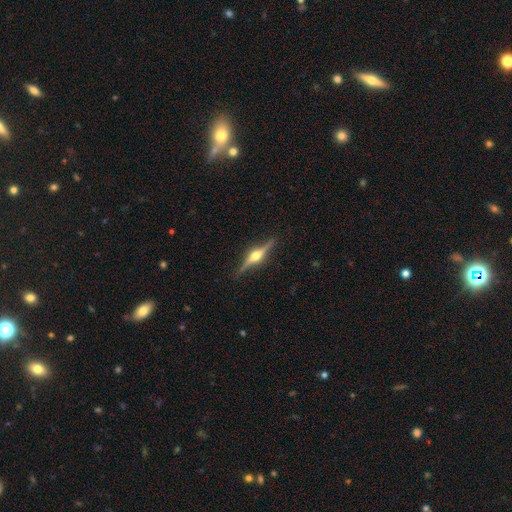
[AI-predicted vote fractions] This is clearly a featured or disk galaxy (84%). It is clearly viewed edge-on (98%). Edge-on bulge: clearly rounded (95%). Merging: clearly none (88%).